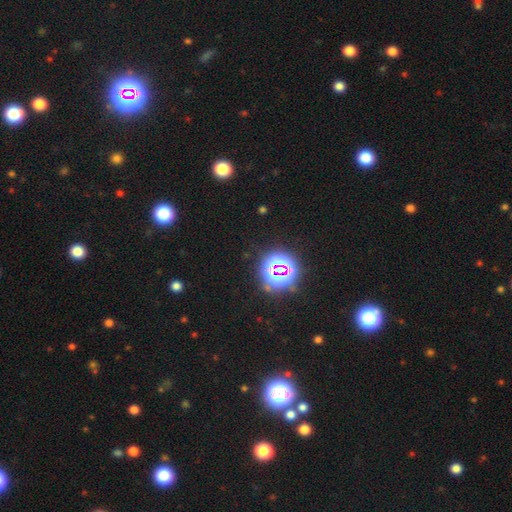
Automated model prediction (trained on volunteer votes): Overall: star or artifact (78%).